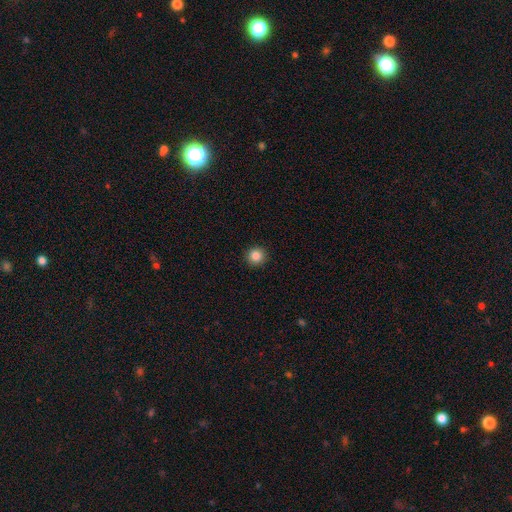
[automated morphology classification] Smooth or featured: smooth — 85% (star or artifact — 10%)
How rounded: round — 94% (in between — 5%)
Merging: none — 93% (minor disturbance — 5%)